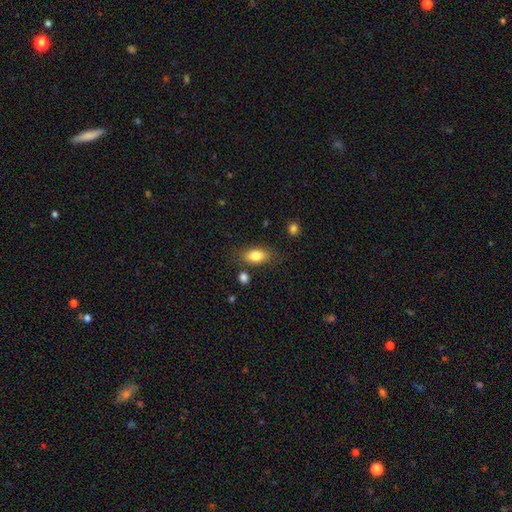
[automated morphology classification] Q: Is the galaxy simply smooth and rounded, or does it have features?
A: smooth — 81%.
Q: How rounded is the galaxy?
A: in between — 86%.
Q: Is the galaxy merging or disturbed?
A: none — 77%.